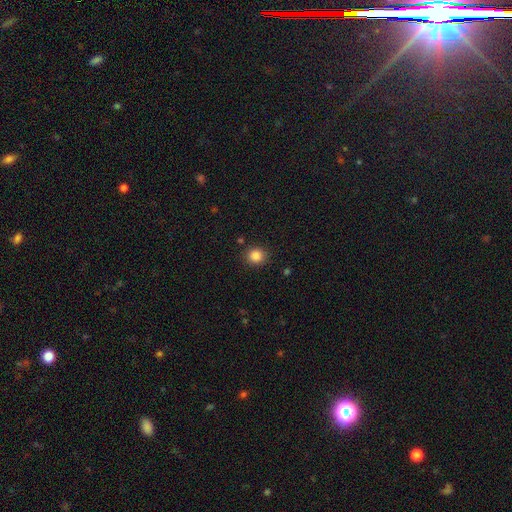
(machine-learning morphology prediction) Smooth or featured: smooth — 86% (star or artifact — 11%)
How rounded: round — 83% (in between — 16%)
Merging: none — 87% (minor disturbance — 8%)